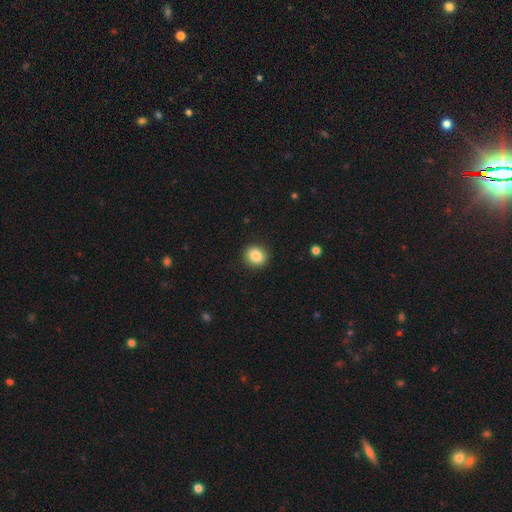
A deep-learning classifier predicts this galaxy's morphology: type=smooth (86%); roundness=round (74%); merging=none (90%).